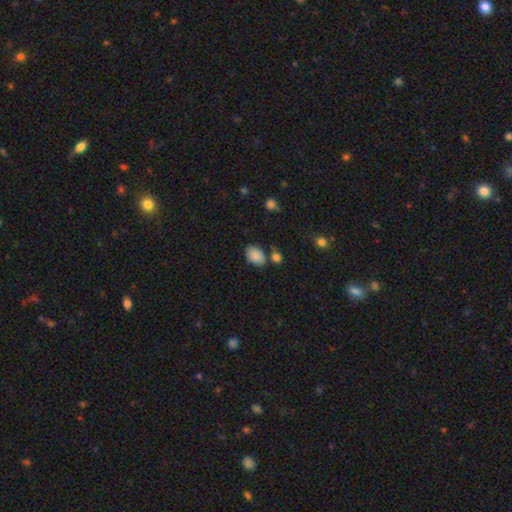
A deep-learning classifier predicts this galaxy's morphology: Overall: smooth (86%). How rounded: in between (86%). Merging: none (67%).